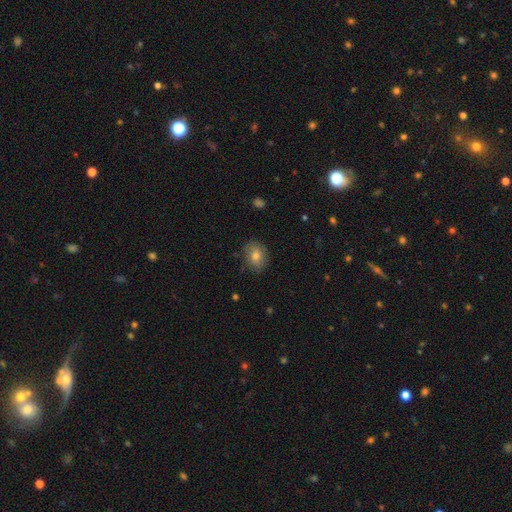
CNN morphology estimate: Overall: smooth (73%). How rounded: round (51%; in between 48%). Merging: none (82%).